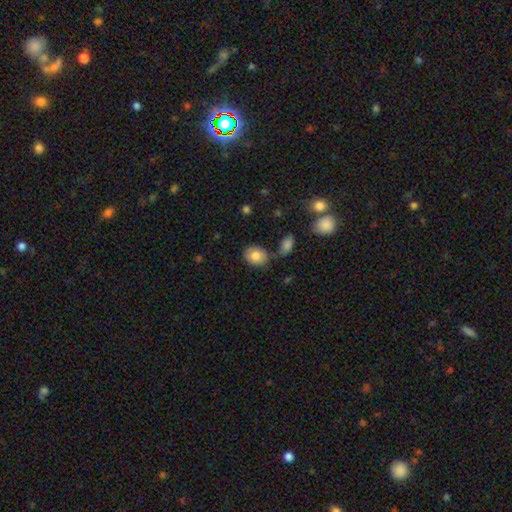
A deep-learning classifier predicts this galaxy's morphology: smooth-or-featured: smooth: 82% | featured or disk: 9% | star or artifact: 8%
  how-rounded: round: 51% | in between: 48% | cigar-shaped: 1%
  merging: none: 70% | minor disturbance: 16% | merger: 9% | major disturbance: 4%